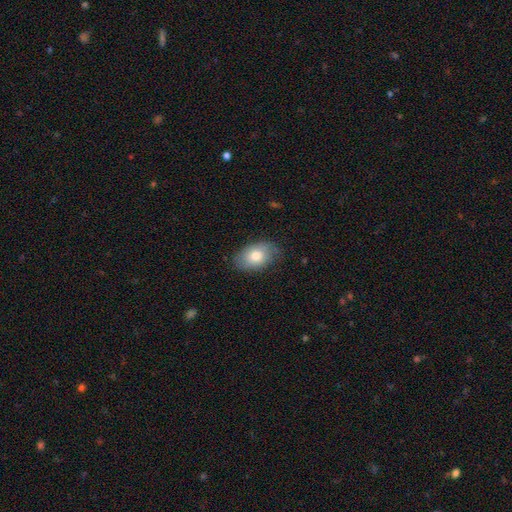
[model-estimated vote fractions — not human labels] Smooth or featured? smooth (76%)
How rounded? in between (89%)
Merging? none (77%)